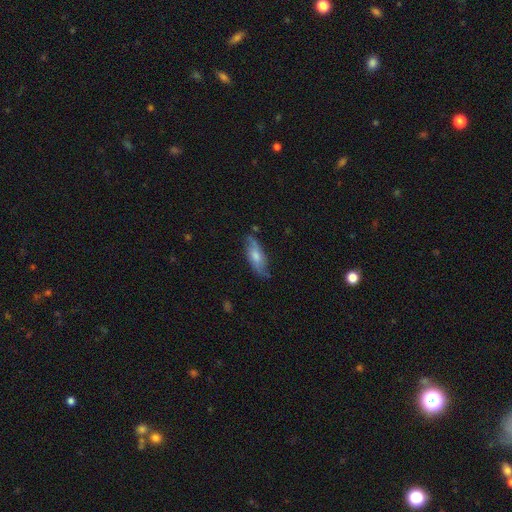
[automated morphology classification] A featured or disk galaxy (53%).

Vote fractions:
- Smooth or featured? featured or disk: 53% / smooth: 39% / star or artifact: 8%
- Edge-on disk? no: 69% / yes: 31%
- Merging? none: 75% / minor disturbance: 19% / major disturbance: 5% / merger: 2%